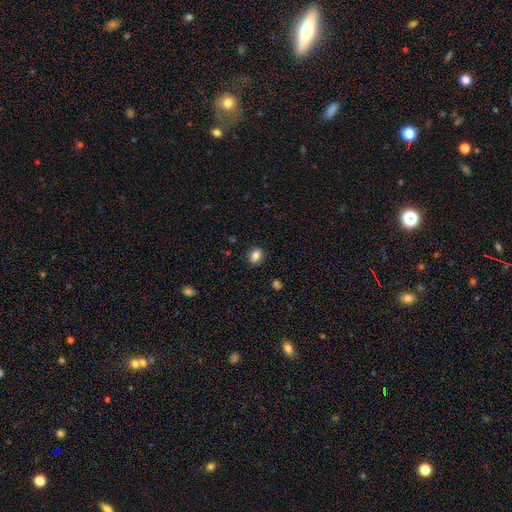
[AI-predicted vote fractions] A smooth galaxy with no disk features (83%) that is in between round and cigar-shaped (61%). Merging: none (87%).